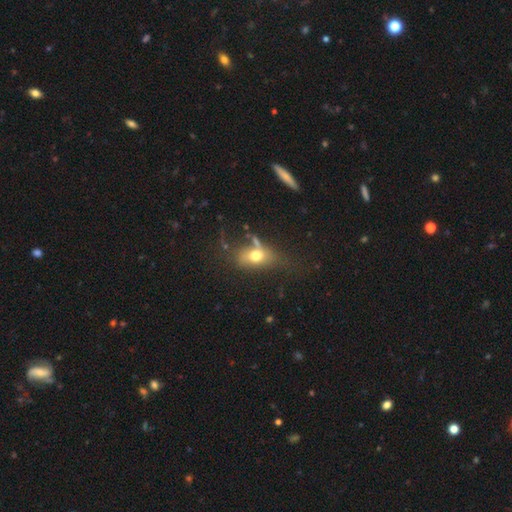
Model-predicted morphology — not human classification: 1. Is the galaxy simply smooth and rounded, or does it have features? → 67% smooth, 21% featured or disk, 12% star or artifact.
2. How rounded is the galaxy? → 76% in between, 19% round, 6% cigar-shaped.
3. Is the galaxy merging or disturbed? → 48% none, 21% minor disturbance, 17% major disturbance, 14% merger.